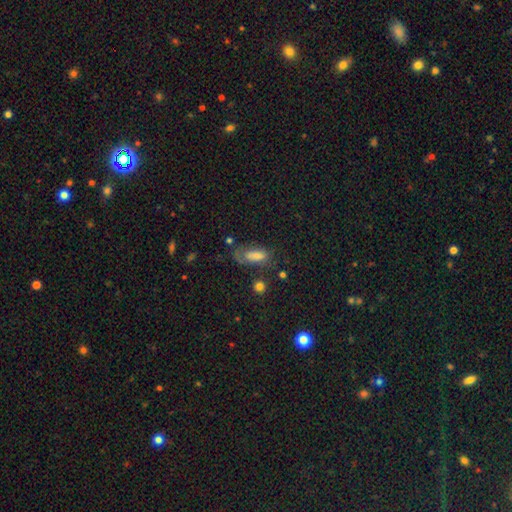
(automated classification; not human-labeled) The model was most divided on "merging": none: 44%, major disturbance: 25%, minor disturbance: 25%, merger: 6%. More confident: how rounded — in between (75%); smooth or featured — smooth (57%).